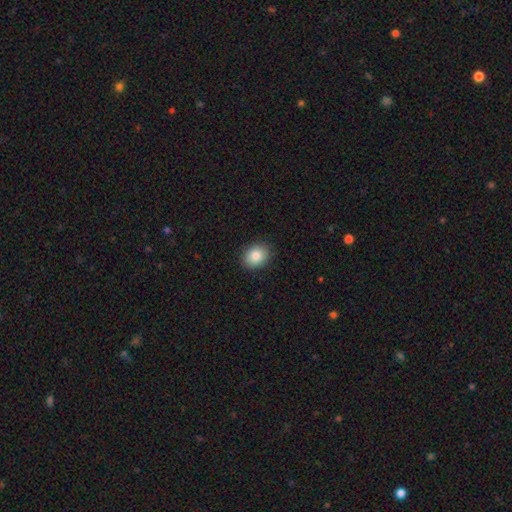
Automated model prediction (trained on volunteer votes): This appears to be a smooth galaxy with no disk features (85%) that is in between round and cigar-shaped (52%). Merging: none (89%).